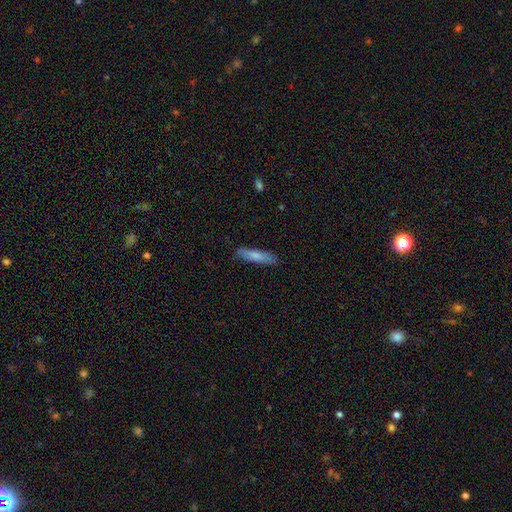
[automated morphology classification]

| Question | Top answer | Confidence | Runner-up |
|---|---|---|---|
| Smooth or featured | smooth | 77% | featured or disk (17%) |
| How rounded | cigar-shaped | 80% | in between (19%) |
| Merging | none | 81% | minor disturbance (15%) |